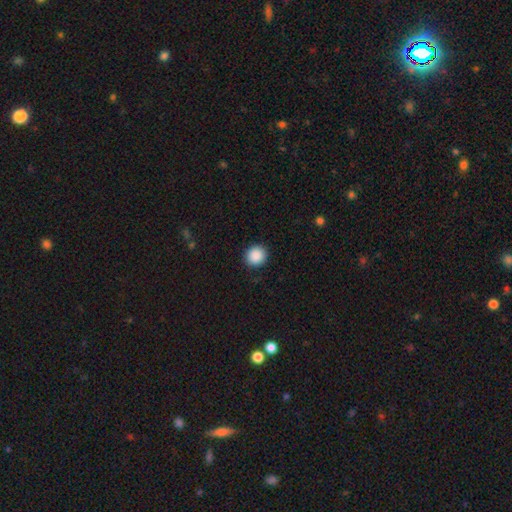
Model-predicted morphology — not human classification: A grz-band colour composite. It shows a smooth galaxy with no disk features (89%) that is round (87%). Merging: none (91%).